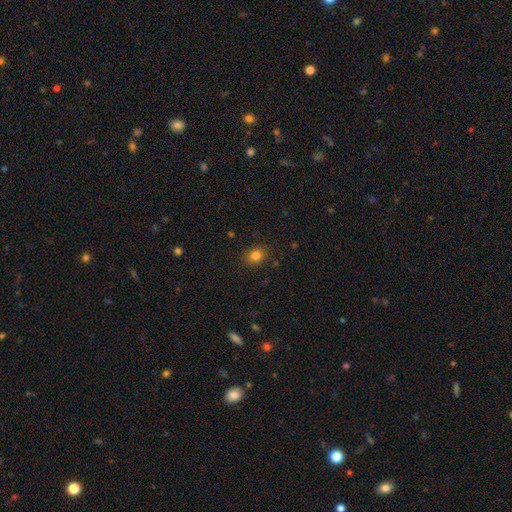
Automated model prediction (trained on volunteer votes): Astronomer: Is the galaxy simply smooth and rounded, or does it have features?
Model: smooth — 81%.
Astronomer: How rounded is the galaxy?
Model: round — 56% (runner-up: in between, 43%).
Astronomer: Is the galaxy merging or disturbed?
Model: none — 87%.